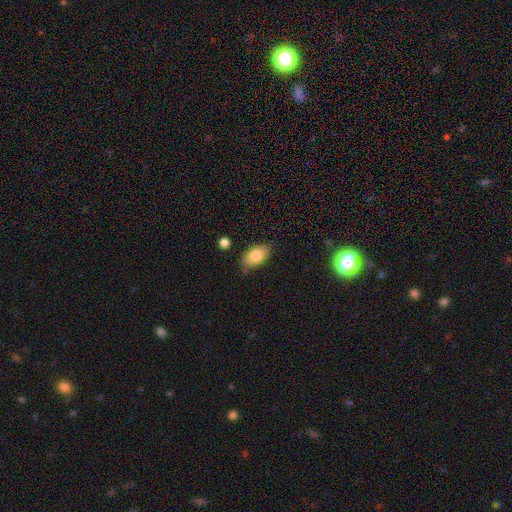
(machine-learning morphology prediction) Smooth or featured?
  - smooth: 82% *
  - featured or disk: 11%
  - star or artifact: 7%
How rounded?
  - in between: 93% *
  - round: 5%
  - cigar-shaped: 2%
Merging?
  - none: 79% *
  - minor disturbance: 15%
  - major disturbance: 3%
  - merger: 3%